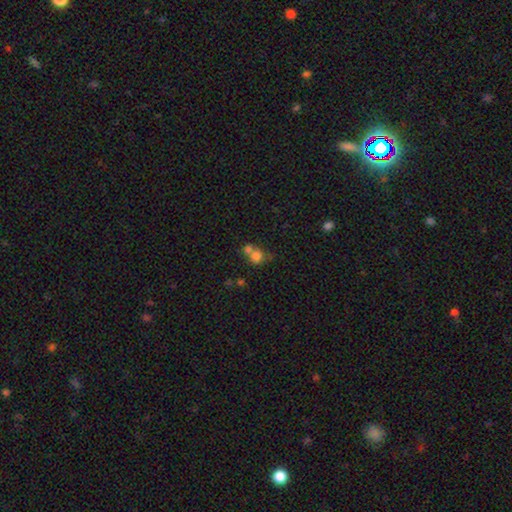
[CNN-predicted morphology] A smooth galaxy with no disk features (75%) that is round (80%).

Vote fractions:
- Smooth or featured? smooth: 75% / star or artifact: 13% / featured or disk: 12%
- How rounded? round: 80% / in between: 19% / cigar-shaped: 1%
- Merging? merger: 52% / none: 36% / minor disturbance: 8% / major disturbance: 4%